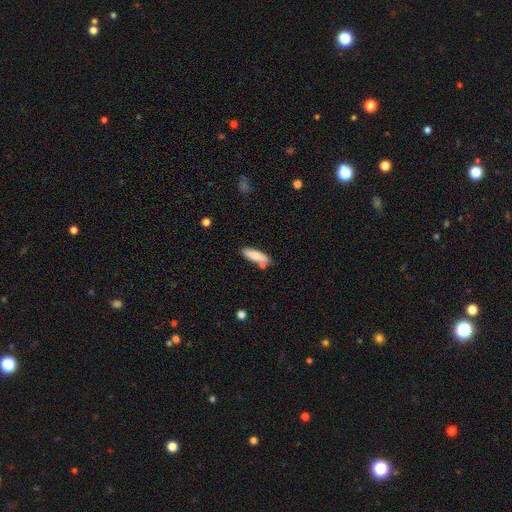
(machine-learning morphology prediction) smooth_or_featured: smooth (p=0.77) [alt: featured or disk p=0.16]
how_rounded: cigar-shaped (p=0.54) [alt: in between p=0.45]
merging: none (p=0.73) [alt: minor disturbance p=0.14]